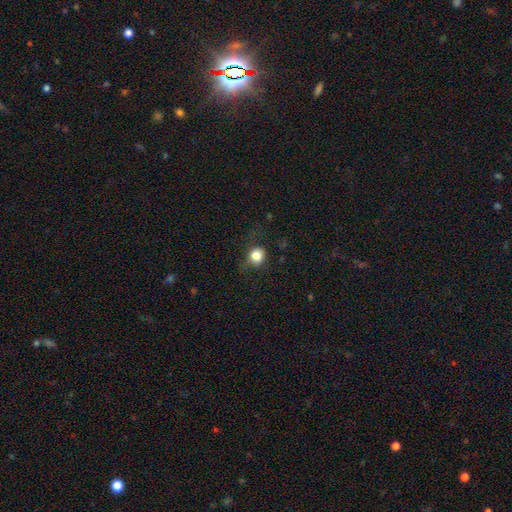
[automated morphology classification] Smooth or featured?
  - smooth: 81% *
  - star or artifact: 11%
  - featured or disk: 8%
How rounded?
  - round: 78% *
  - in between: 21%
  - cigar-shaped: 1%
Merging?
  - none: 68% *
  - minor disturbance: 20%
  - major disturbance: 11%
  - merger: 1%